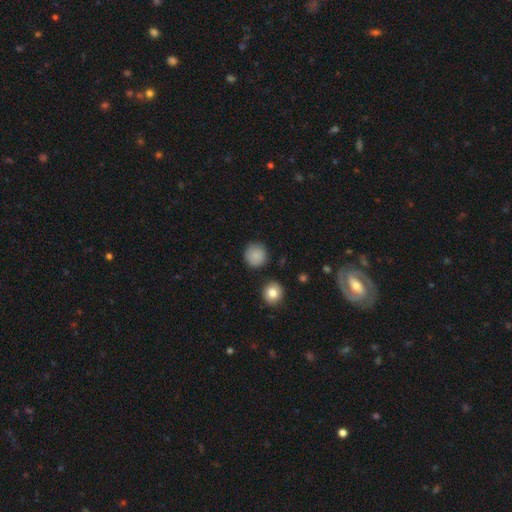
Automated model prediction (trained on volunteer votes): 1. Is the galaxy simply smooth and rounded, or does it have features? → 86% smooth, 8% star or artifact, 6% featured or disk.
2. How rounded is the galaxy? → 93% round, 6% in between, 1% cigar-shaped.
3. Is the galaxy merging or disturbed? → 85% none, 10% minor disturbance, 3% major disturbance, 2% merger.